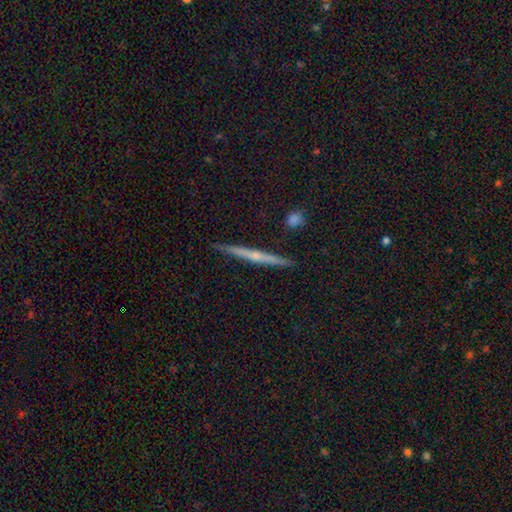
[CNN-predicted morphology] This appears to be a featured or disk galaxy (68%) viewed edge-on (98%) with a rounded central bulge (58%). Merging: none (90%).